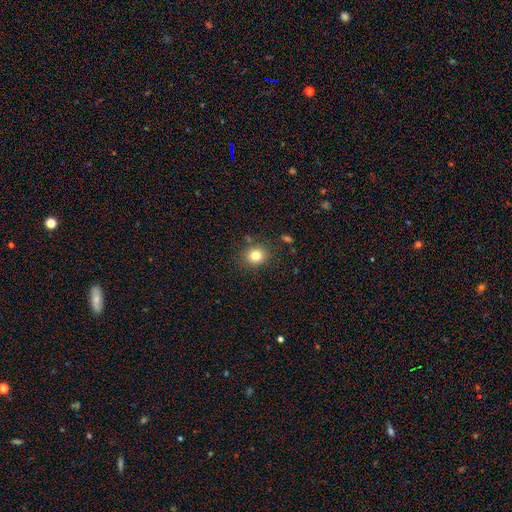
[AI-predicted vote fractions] A smooth galaxy with no disk features (81%) that is round (76%).

Vote fractions:
- Smooth or featured? smooth: 81% / star or artifact: 12% / featured or disk: 7%
- How rounded? round: 76% / in between: 23% / cigar-shaped: 1%
- Merging? none: 83% / minor disturbance: 10% / major disturbance: 3% / merger: 3%